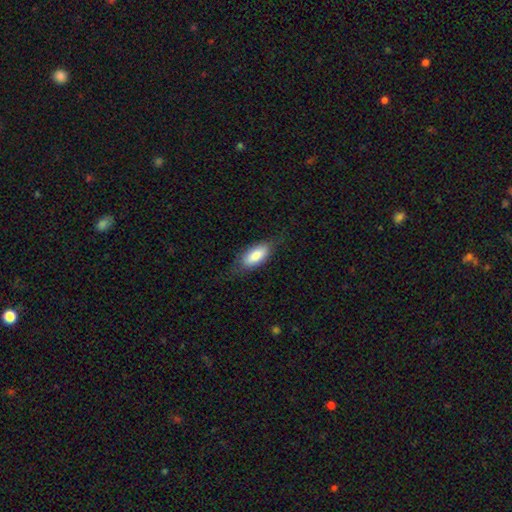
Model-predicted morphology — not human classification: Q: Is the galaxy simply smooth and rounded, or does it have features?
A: smooth — 79%.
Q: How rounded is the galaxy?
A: in between — 83%.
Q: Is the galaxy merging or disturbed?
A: none — 72%.